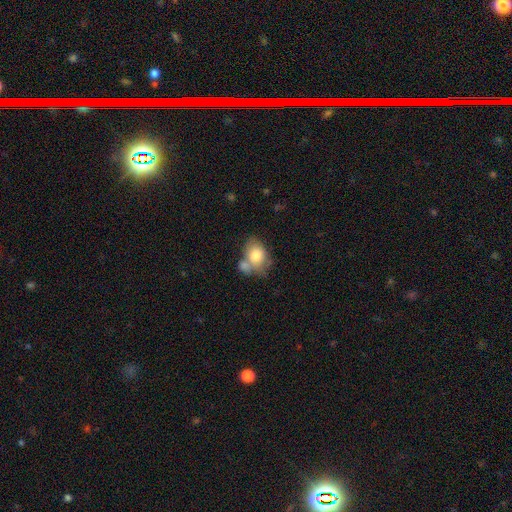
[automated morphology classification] smooth_or_featured: smooth (p=0.77) [alt: featured or disk p=0.16]
how_rounded: in between (p=0.63) [alt: round p=0.36]
merging: merger (p=0.42) [alt: none p=0.33]